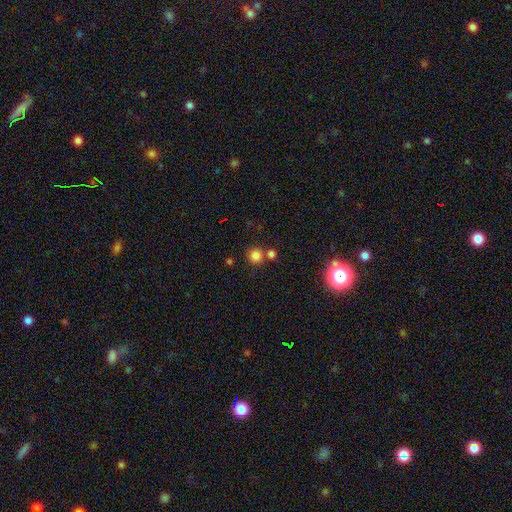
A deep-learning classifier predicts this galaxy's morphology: Smooth or featured: smooth — 79% (star or artifact — 15%)
How rounded: round — 93% (in between — 6%)
Merging: none — 70% (merger — 19%)